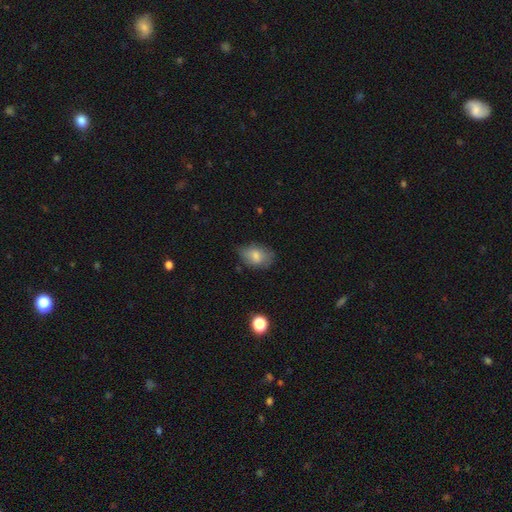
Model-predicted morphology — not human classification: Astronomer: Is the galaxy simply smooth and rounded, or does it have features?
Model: smooth — 76%.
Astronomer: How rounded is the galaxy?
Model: in between — 82%.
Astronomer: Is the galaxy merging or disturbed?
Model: none — 58%.